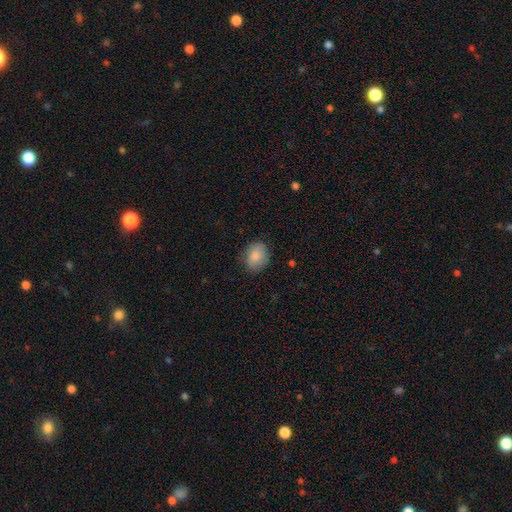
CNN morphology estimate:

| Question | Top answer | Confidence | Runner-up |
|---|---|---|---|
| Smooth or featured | smooth | 83% | featured or disk (10%) |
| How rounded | in between | 55% | round (44%) |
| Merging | none | 79% | minor disturbance (17%) |